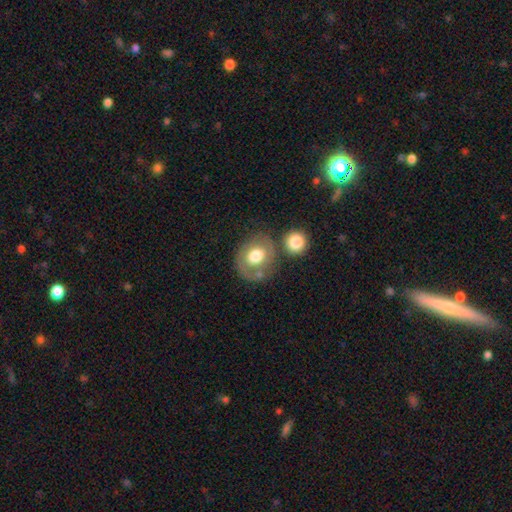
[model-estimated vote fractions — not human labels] smooth_or_featured: smooth (p=0.58) [alt: featured or disk p=0.35]
how_rounded: round (p=0.62) [alt: in between p=0.37]
merging: none (p=0.57) [alt: minor disturbance p=0.17]